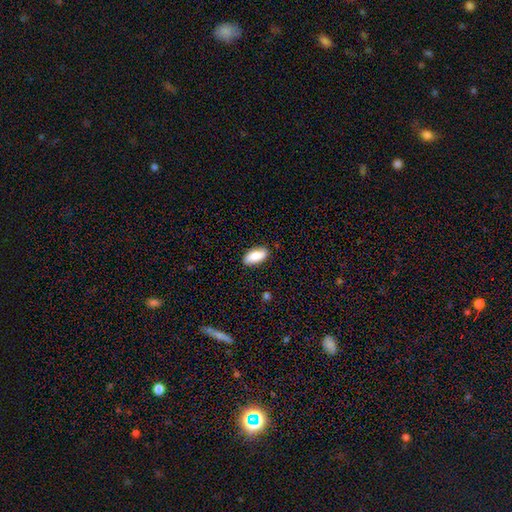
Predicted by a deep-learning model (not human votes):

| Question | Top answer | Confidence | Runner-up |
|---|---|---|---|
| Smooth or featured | smooth | 80% | featured or disk (14%) |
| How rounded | in between | 89% | cigar-shaped (9%) |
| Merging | none | 86% | minor disturbance (11%) |